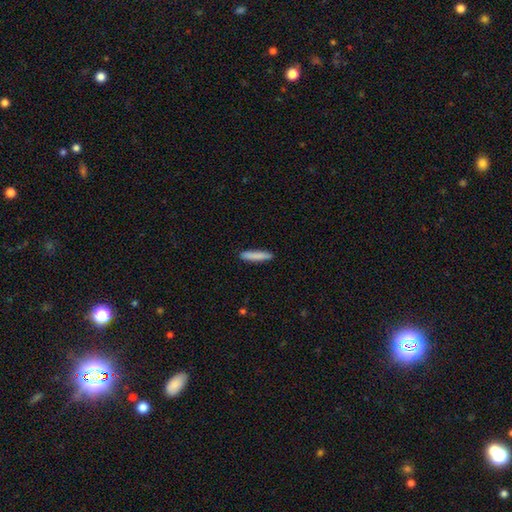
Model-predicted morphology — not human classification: Smooth or featured: smooth — 85% (featured or disk — 9%)
How rounded: cigar-shaped — 91% (in between — 8%)
Merging: none — 90% (minor disturbance — 7%)